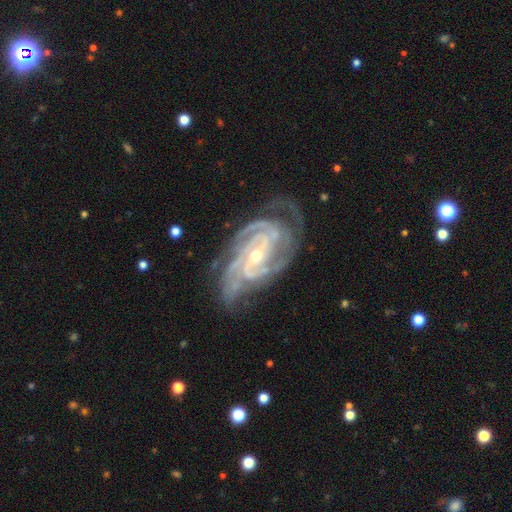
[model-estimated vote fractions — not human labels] This is clearly a featured or disk galaxy (93%). It is clearly not viewed edge-on (97%). Bar: marginally weak (40%). Spiral arm pattern: clearly yes (98%). Spiral arm count: marginally 3 (33%). Spiral winding: likely tight (68%). Central bulge: possibly small (54%). Merging: likely none (68%).